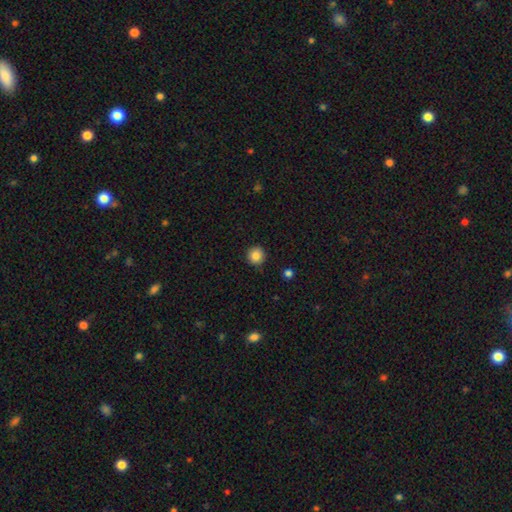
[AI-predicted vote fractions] Smooth or featured? smooth (86%)
How rounded? round (94%)
Merging? none (90%)